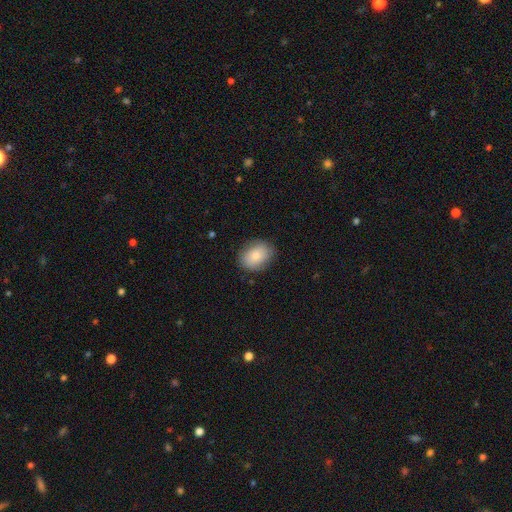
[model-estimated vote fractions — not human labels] A smooth galaxy with no disk features (78%) that is in between round and cigar-shaped (67%).

Vote fractions:
- Smooth or featured? smooth: 78% / featured or disk: 14% / star or artifact: 8%
- How rounded? in between: 67% / round: 32% / cigar-shaped: 1%
- Merging? none: 82% / minor disturbance: 13% / major disturbance: 3% / merger: 1%